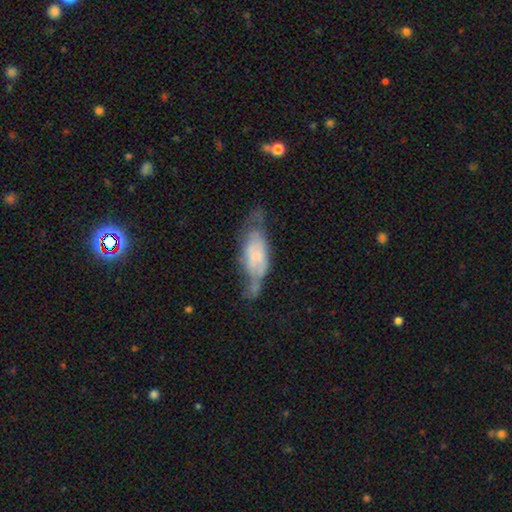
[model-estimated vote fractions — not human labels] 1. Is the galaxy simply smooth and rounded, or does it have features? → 51% featured or disk, 42% smooth, 7% star or artifact.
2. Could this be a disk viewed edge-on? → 74% no, 26% yes.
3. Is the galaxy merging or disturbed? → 32% major disturbance, 31% minor disturbance, 30% none, 8% merger.